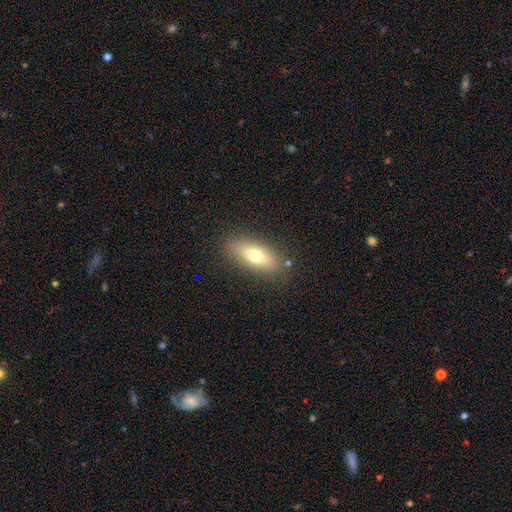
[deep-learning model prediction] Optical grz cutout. It shows a smooth galaxy with no disk features (67%) that is in between round and cigar-shaped (69%). Merging: none (85%).